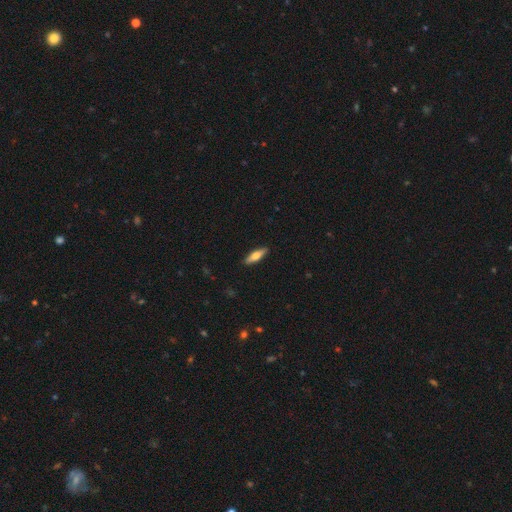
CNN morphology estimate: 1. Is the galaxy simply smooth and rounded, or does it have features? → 58% smooth, 36% featured or disk, 6% star or artifact.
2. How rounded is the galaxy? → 59% cigar-shaped, 39% in between, 2% round.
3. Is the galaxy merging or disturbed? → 90% none, 7% minor disturbance, 2% major disturbance, 1% merger.